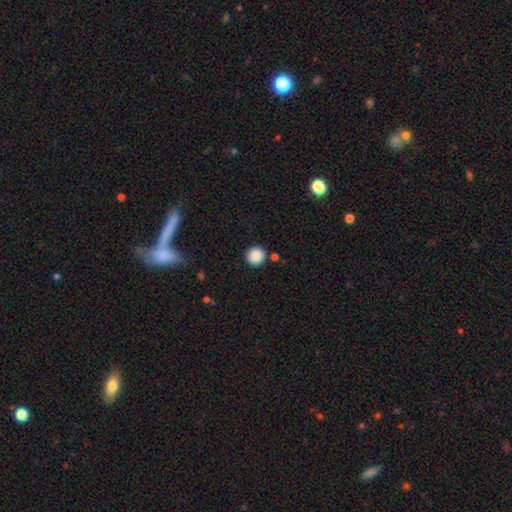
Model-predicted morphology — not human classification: Smooth or featured? Predicted: smooth (p=0.88). How rounded? Predicted: round (p=0.96). Merging? Predicted: none (p=0.89).